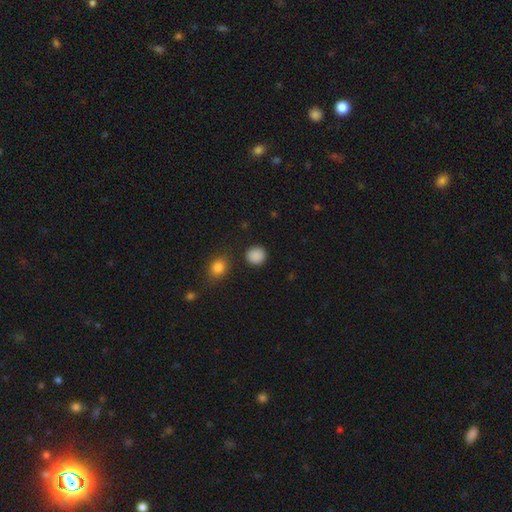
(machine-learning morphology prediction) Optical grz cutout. It shows a smooth galaxy with no disk features (88%) that is round (90%). Merging: none (87%).